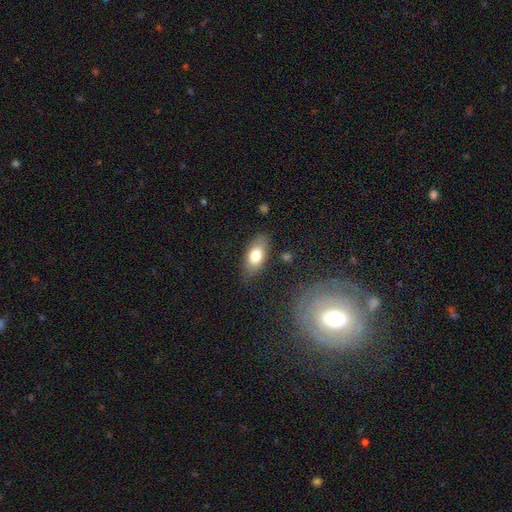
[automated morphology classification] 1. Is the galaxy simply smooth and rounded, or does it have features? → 76% smooth, 17% featured or disk, 7% star or artifact.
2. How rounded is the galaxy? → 89% in between, 6% cigar-shaped, 5% round.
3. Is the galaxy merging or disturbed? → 80% none, 15% minor disturbance, 3% major disturbance, 2% merger.